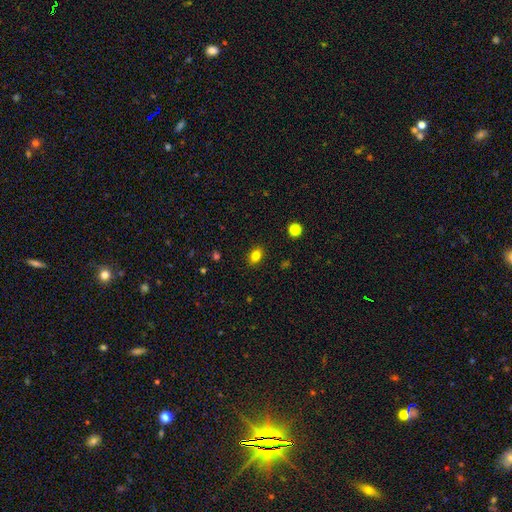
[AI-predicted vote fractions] Smooth or featured?
  - smooth: 82% *
  - star or artifact: 11%
  - featured or disk: 7%
How rounded?
  - in between: 76% *
  - round: 23%
  - cigar-shaped: 2%
Merging?
  - none: 88% *
  - minor disturbance: 9%
  - major disturbance: 2%
  - merger: 1%